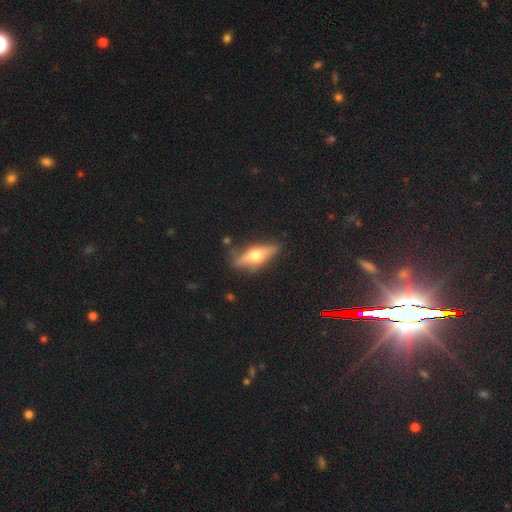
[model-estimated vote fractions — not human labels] Smooth or featured: featured or disk — 63% (smooth — 30%)
Edge-on disk: yes — 92% (no — 8%)
Edge-on bulge: rounded — 95% (boxy — 3%)
Merging: none — 82% (minor disturbance — 13%)